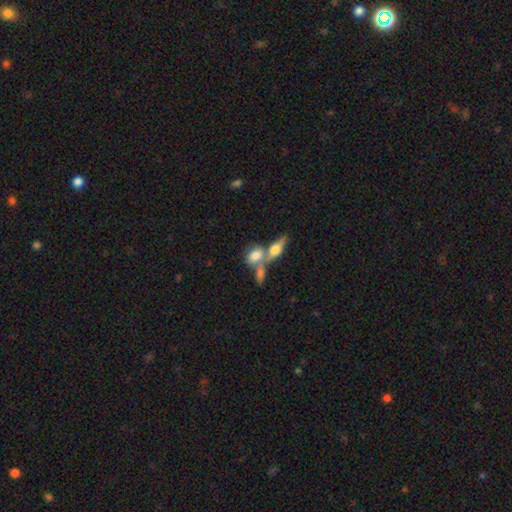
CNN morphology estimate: smooth-or-featured: smooth: 64% | featured or disk: 27% | star or artifact: 9%
  how-rounded: in between: 75% | round: 16% | cigar-shaped: 9%
  merging: merger: 59% | none: 28% | minor disturbance: 8% | major disturbance: 5%